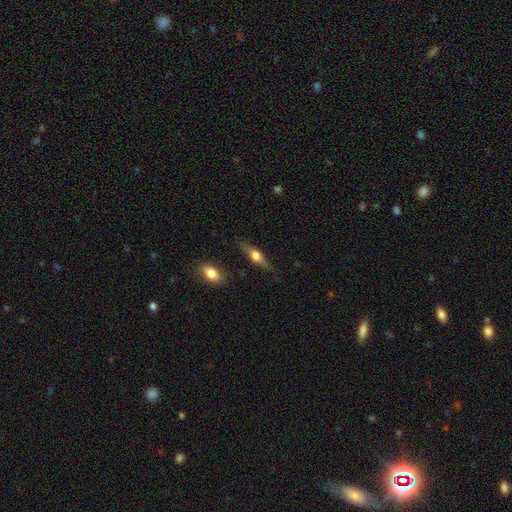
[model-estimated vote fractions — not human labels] A featured or disk galaxy (56%) viewed edge-on (94%) with a rounded central bulge (93%). Merging: none (82%).